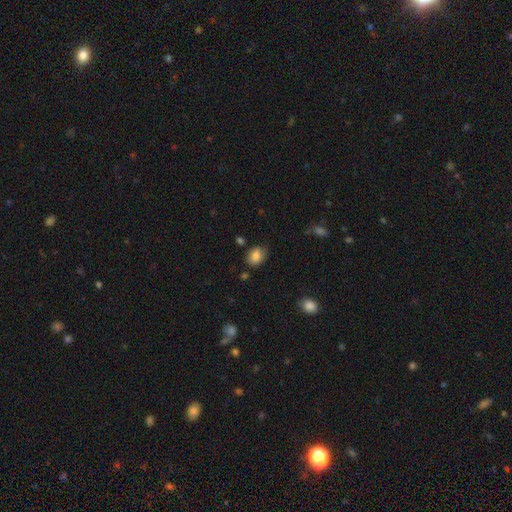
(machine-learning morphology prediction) This is clearly a smooth galaxy (82%). How rounded: likely in between (71%). Merging: likely none (72%).